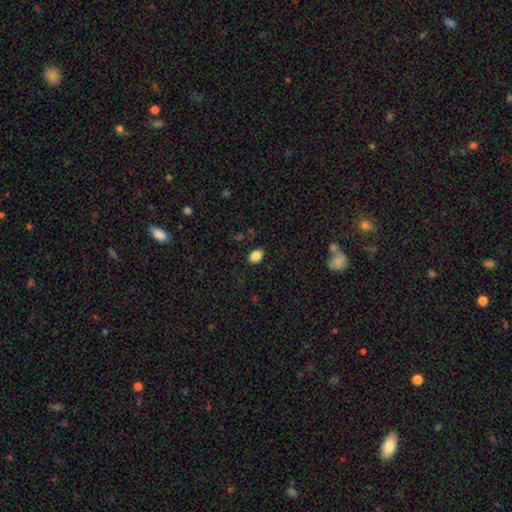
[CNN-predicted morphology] This is clearly a smooth galaxy (87%). How rounded: clearly in between (81%). Merging: clearly none (86%).